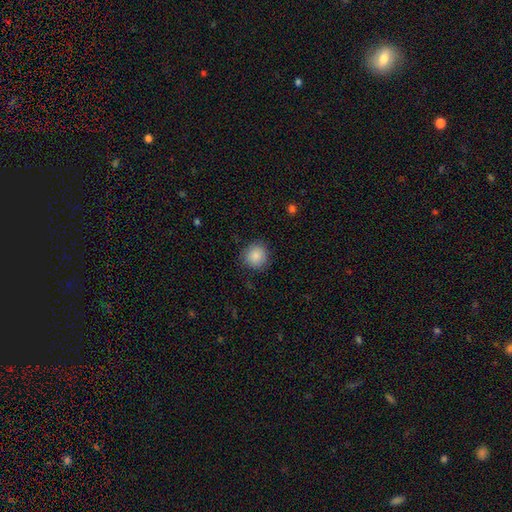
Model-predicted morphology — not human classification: A smooth galaxy with no disk features (87%) that is round (91%). Merging: none (86%).